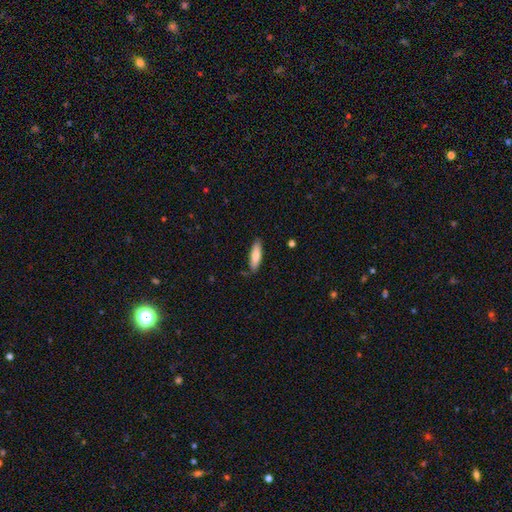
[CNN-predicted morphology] A smooth galaxy with no disk features (79%) that is cigar-shaped (57%).

Vote fractions:
- Smooth or featured? smooth: 79% / featured or disk: 15% / star or artifact: 6%
- How rounded? cigar-shaped: 57% / in between: 41% / round: 1%
- Merging? none: 81% / minor disturbance: 15% / major disturbance: 2% / merger: 2%